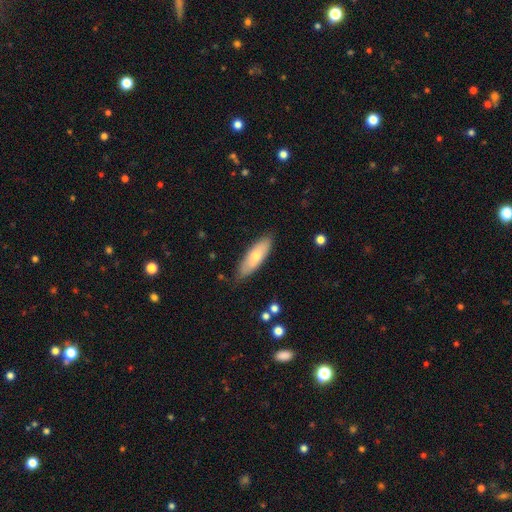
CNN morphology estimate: Smooth or featured: smooth — 65% (featured or disk — 29%)
How rounded: in between — 53% (cigar-shaped — 45%)
Merging: none — 80% (minor disturbance — 16%)